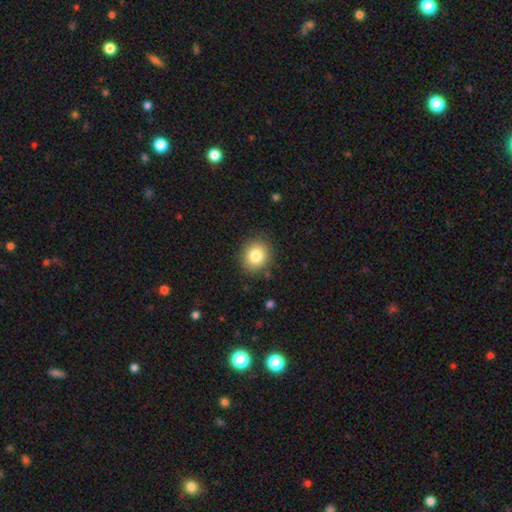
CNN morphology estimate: Smooth or featured: smooth — 83% (star or artifact — 10%)
How rounded: round — 80% (in between — 19%)
Merging: none — 88% (minor disturbance — 8%)